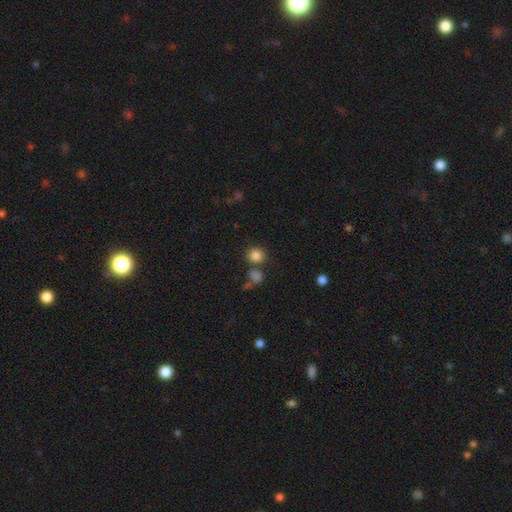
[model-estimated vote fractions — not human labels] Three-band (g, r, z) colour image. It shows a smooth galaxy with no disk features (83%) that is round (84%). Merging: none (70%).